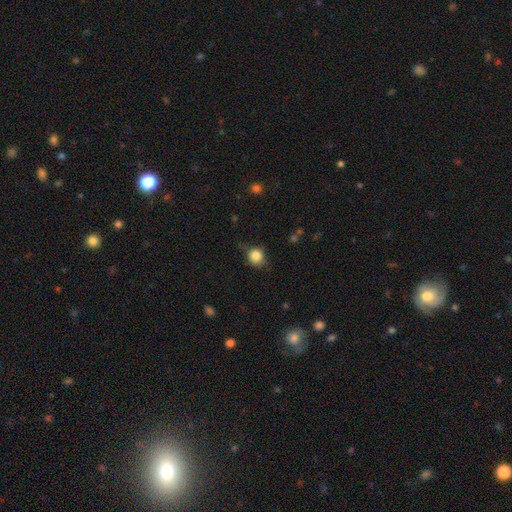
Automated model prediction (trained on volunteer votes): This appears to be a smooth galaxy with no disk features (82%) that is round (82%). Merging: none (69%).